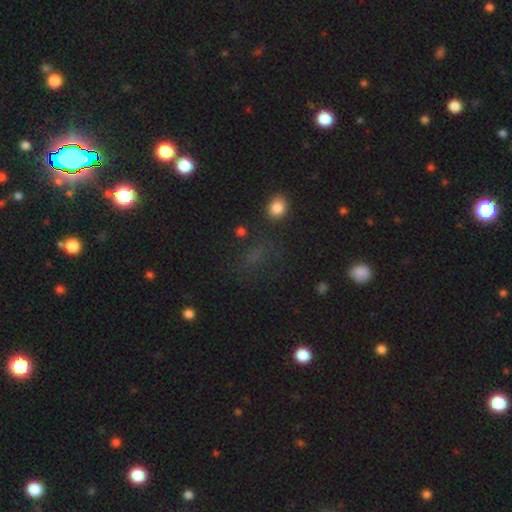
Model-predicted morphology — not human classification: smooth 47%, star or artifact 41%, featured or disk 13%. Down the decision tree: merging — none (67%).